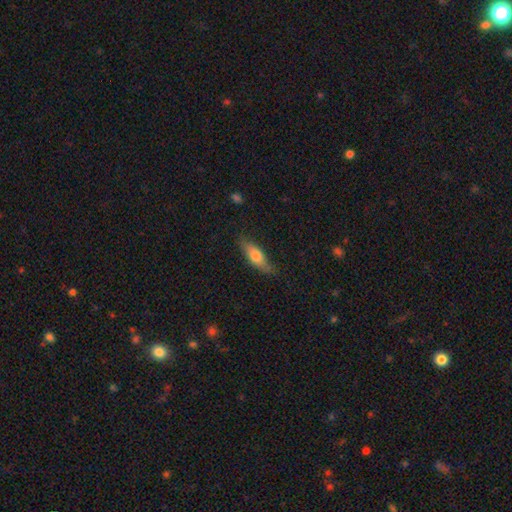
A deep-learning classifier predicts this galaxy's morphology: This appears to be a smooth galaxy with no disk features (69%) that is in between round and cigar-shaped (56%). Merging: none (75%).